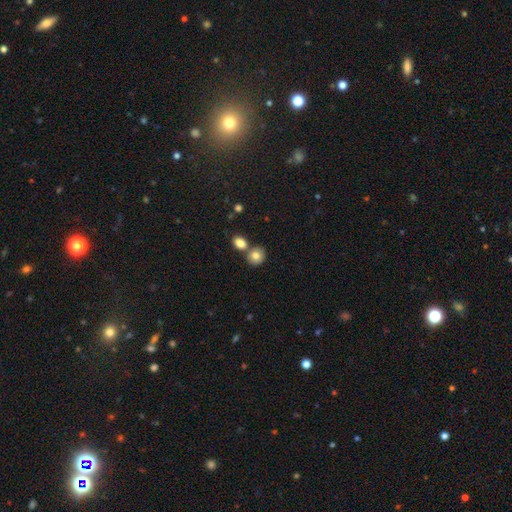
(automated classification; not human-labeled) A smooth galaxy with no disk features (81%) that is round (69%).

Vote fractions:
- Smooth or featured? smooth: 81% / featured or disk: 10% / star or artifact: 9%
- How rounded? round: 69% / in between: 30% / cigar-shaped: 1%
- Merging? none: 59% / merger: 29% / minor disturbance: 9% / major disturbance: 3%